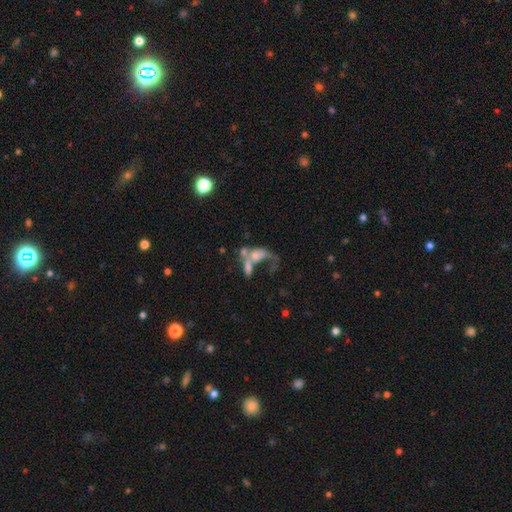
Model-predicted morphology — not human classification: type=featured or disk (46%); merging=merger (54%).